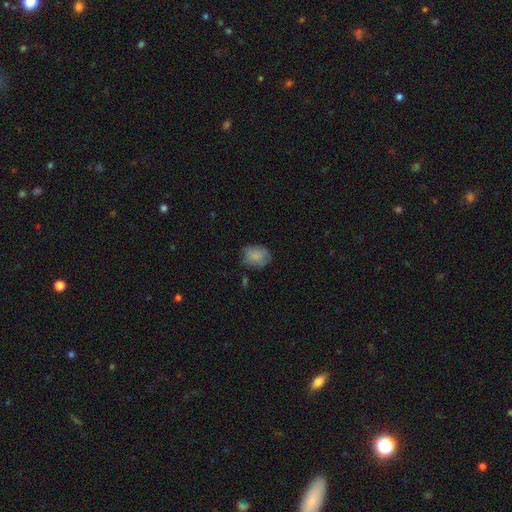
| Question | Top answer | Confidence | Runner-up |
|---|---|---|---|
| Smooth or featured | smooth | 77% | featured or disk (18%) |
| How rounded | in between | 80% | round (20%) |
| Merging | none | 68% | minor disturbance (24%) |